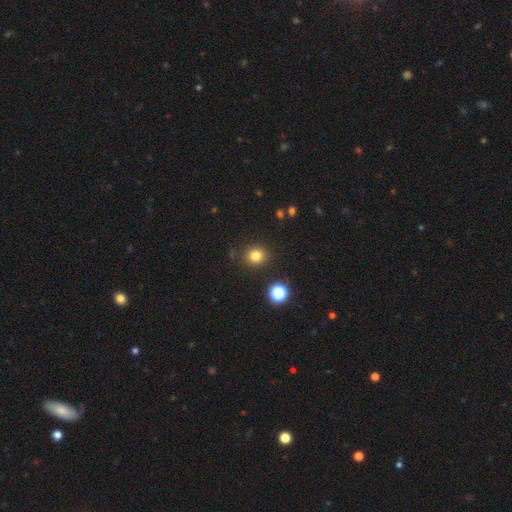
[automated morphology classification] This appears to be a smooth galaxy with no disk features (80%) that is round (86%). Merging: none (87%).